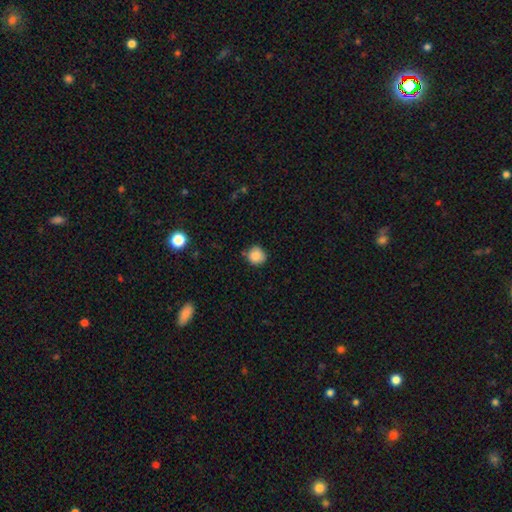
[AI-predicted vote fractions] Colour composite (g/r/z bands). It shows a smooth galaxy with no disk features (86%) that is round (91%). Merging: none (78%).